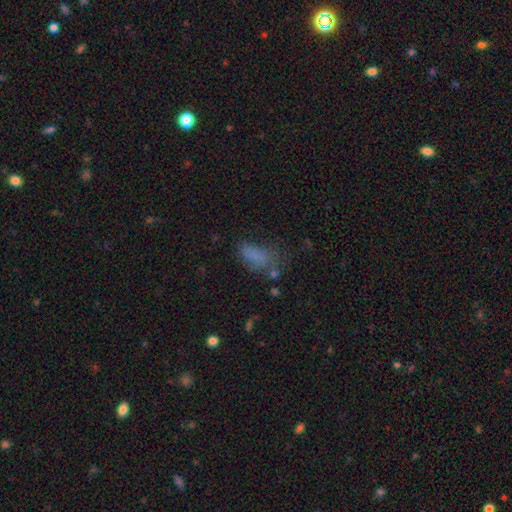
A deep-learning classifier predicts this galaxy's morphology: A smooth galaxy with no disk features (72%) that is in between round and cigar-shaped (85%).

Vote fractions:
- Smooth or featured? smooth: 72% / star or artifact: 15% / featured or disk: 13%
- How rounded? in between: 85% / cigar-shaped: 10% / round: 5%
- Merging? none: 43% / minor disturbance: 27% / major disturbance: 22% / merger: 8%